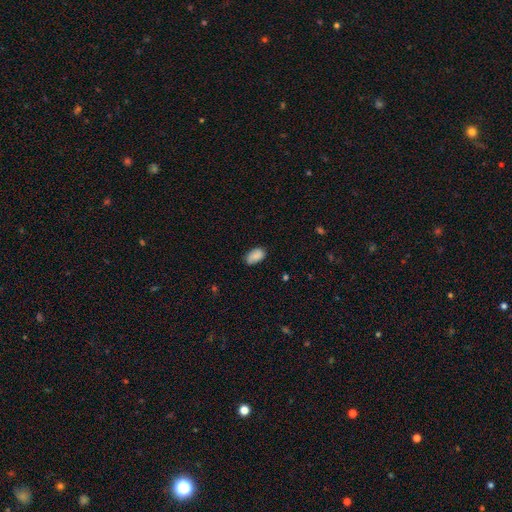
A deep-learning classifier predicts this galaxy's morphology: A smooth galaxy with no disk features (83%) that is in between round and cigar-shaped (93%).

Vote fractions:
- Smooth or featured? smooth: 83% / featured or disk: 9% / star or artifact: 8%
- How rounded? in between: 93% / round: 5% / cigar-shaped: 2%
- Merging? none: 71% / minor disturbance: 23% / major disturbance: 4% / merger: 2%